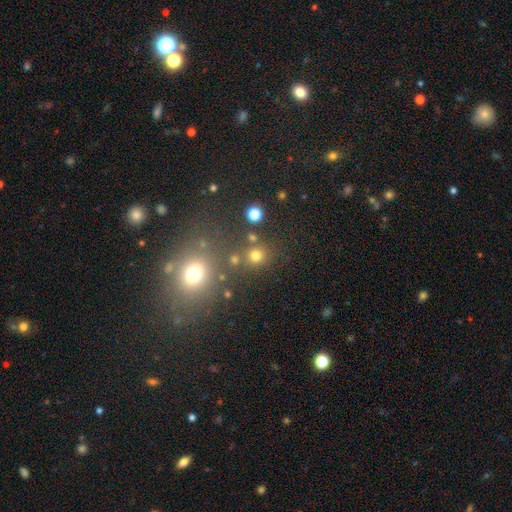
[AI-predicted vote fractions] Overall: smooth (74%). How rounded: round (87%). Merging: none (74%).